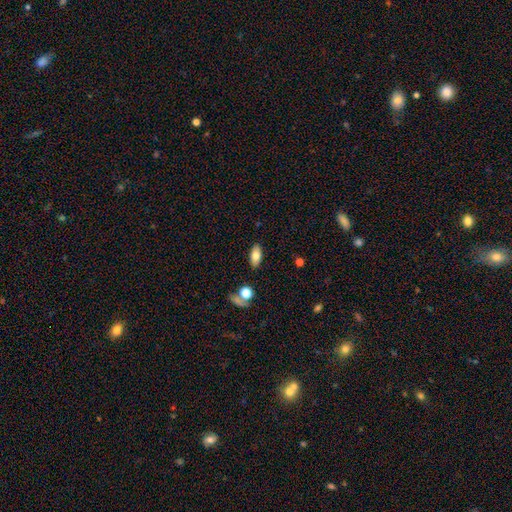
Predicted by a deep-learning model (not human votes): smooth 76%, featured or disk 16%, star or artifact 8%. Down the decision tree: how rounded — in between (87%); merging — none (85%).